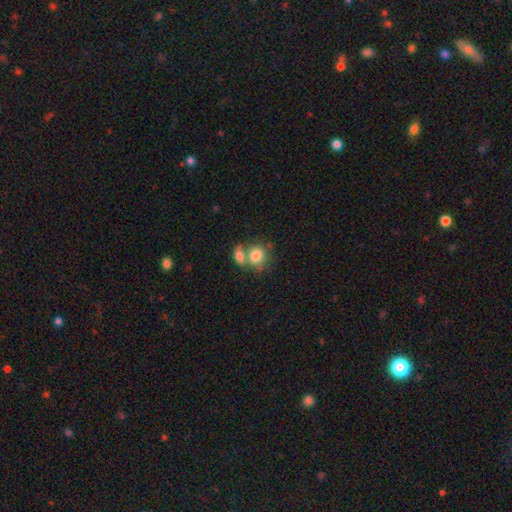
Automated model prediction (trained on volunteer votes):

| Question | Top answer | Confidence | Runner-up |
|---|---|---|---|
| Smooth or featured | smooth | 80% | featured or disk (12%) |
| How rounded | round | 63% | in between (35%) |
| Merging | merger | 51% | none (34%) |